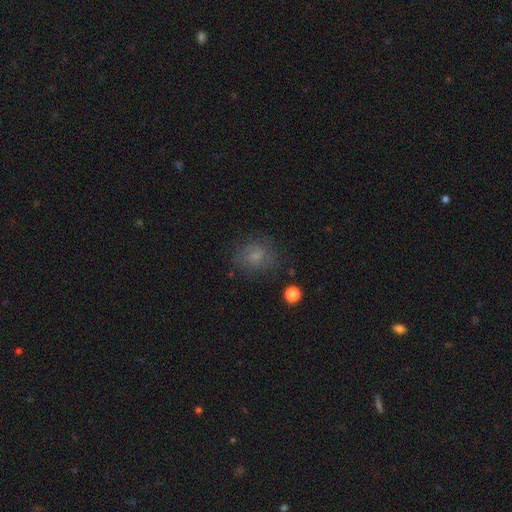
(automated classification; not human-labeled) smooth 63%, featured or disk 21%, star or artifact 16%. Down the decision tree: how rounded — round (62%); merging — none (72%).